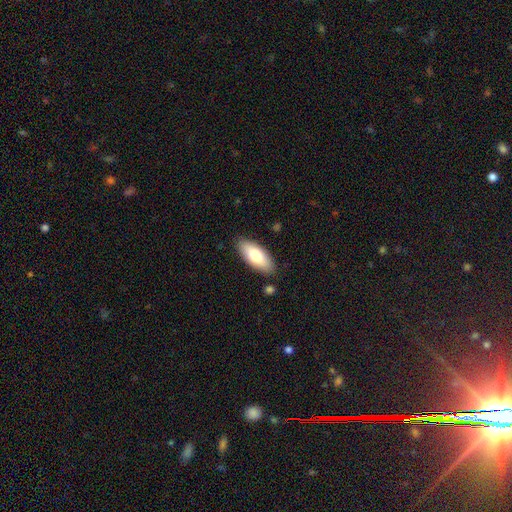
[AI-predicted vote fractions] Smooth or featured? Predicted: smooth (p=0.76). How rounded? Predicted: in between (p=0.81). Merging? Predicted: none (p=0.86).